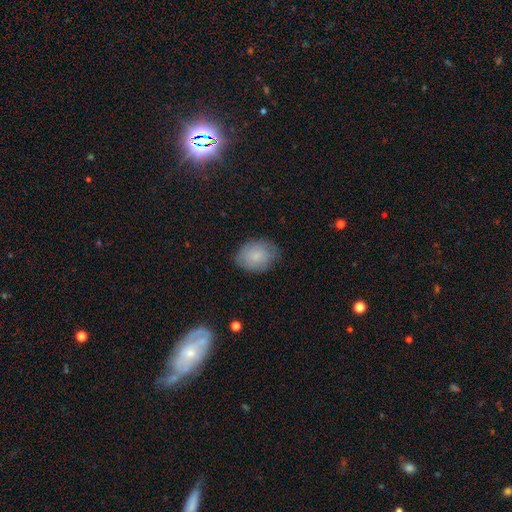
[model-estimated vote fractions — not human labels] smooth_or_featured: smooth (p=0.79) [alt: featured or disk p=0.14]
how_rounded: in between (p=0.58) [alt: round p=0.41]
merging: none (p=0.76) [alt: minor disturbance p=0.18]